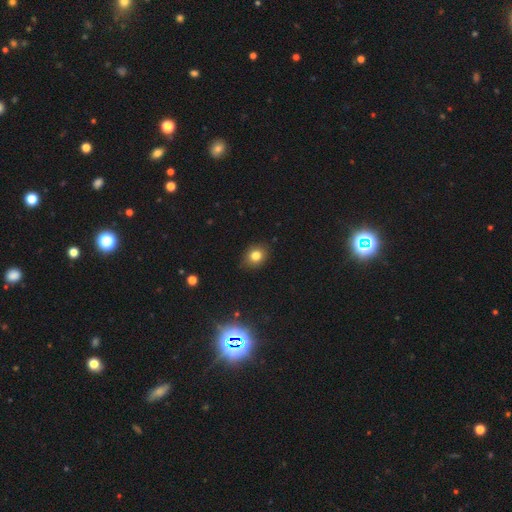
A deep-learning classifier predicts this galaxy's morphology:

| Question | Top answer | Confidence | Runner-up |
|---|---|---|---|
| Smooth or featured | smooth | 79% | star or artifact (13%) |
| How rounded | round | 58% | in between (40%) |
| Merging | none | 83% | minor disturbance (13%) |